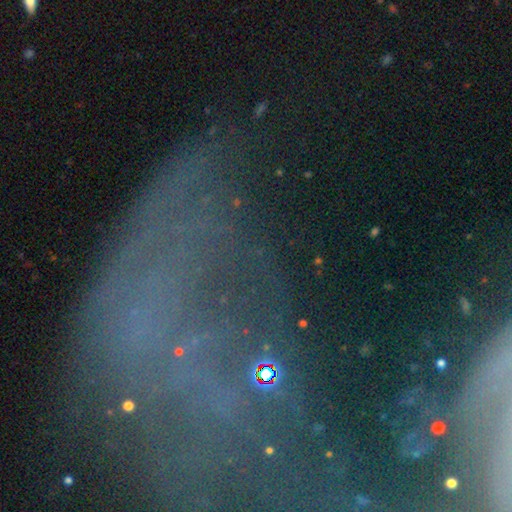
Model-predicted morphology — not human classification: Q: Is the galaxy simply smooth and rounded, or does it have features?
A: star or artifact — 53%.